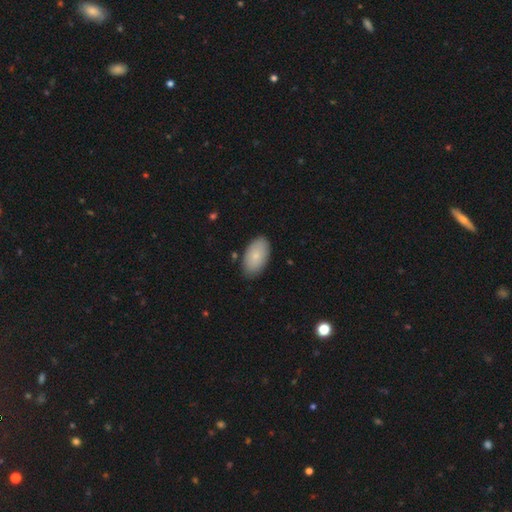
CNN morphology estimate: smooth_or_featured: smooth (p=0.82) [alt: featured or disk p=0.12]
how_rounded: in between (p=0.95) [alt: round p=0.04]
merging: none (p=0.84) [alt: minor disturbance p=0.12]